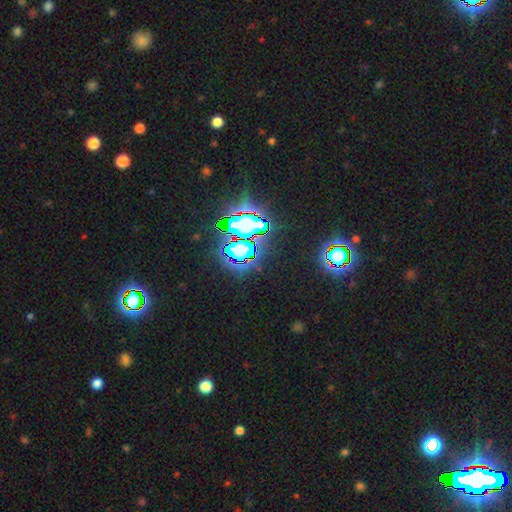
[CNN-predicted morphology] This is clearly a star or artifact rather than a galaxy (84%).